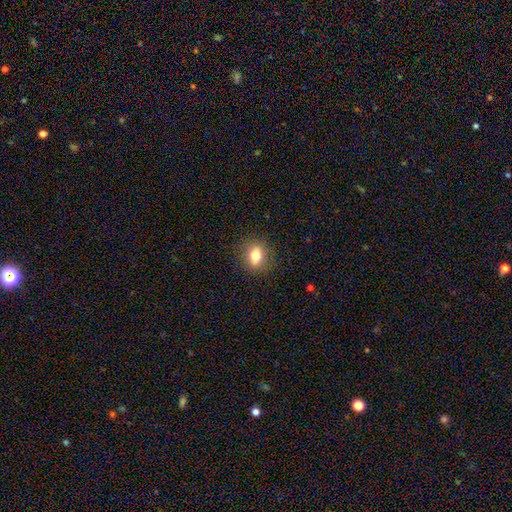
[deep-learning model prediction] Smooth or featured? smooth (78%)
How rounded? in between (60%)
Merging? none (87%)